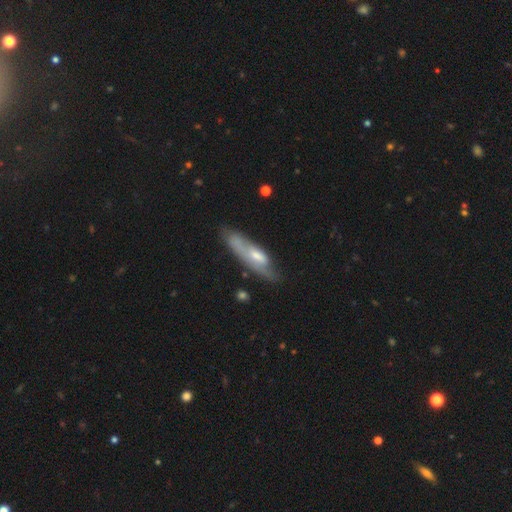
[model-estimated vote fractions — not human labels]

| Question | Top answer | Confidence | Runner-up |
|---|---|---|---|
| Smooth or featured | featured or disk | 53% | smooth (40%) |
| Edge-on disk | no | 59% | yes (41%) |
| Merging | none | 54% | minor disturbance (28%) |